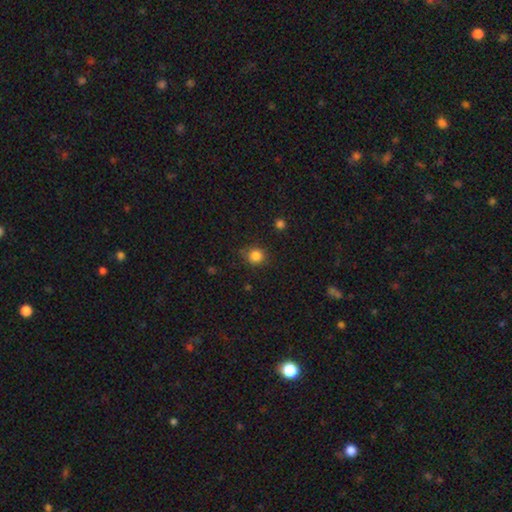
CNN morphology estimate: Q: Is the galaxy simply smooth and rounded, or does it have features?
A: smooth — 85%.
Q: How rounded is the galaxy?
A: round — 87%.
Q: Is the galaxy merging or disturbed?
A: none — 81%.